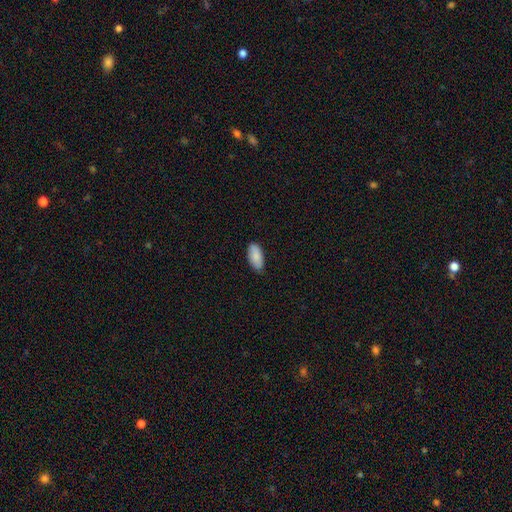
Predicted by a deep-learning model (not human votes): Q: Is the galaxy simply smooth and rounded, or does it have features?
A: smooth — 88%.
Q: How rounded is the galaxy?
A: in between — 91%.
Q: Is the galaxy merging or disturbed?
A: none — 83%.